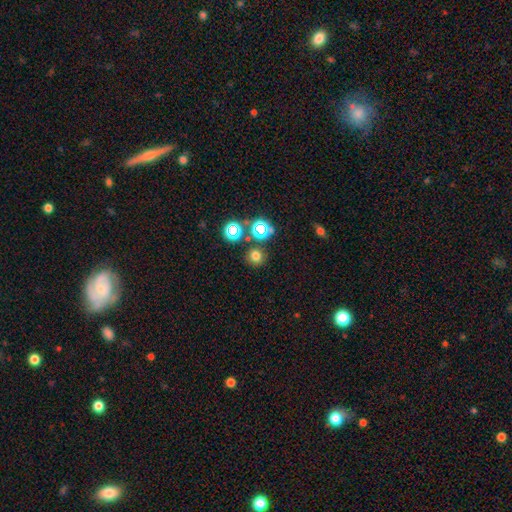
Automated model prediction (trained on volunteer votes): A smooth galaxy with no disk features (68%) that is round (89%).

Vote fractions:
- Smooth or featured? smooth: 68% / star or artifact: 25% / featured or disk: 7%
- How rounded? round: 89% / in between: 10% / cigar-shaped: 1%
- Merging? none: 82% / minor disturbance: 8% / merger: 7% / major disturbance: 3%